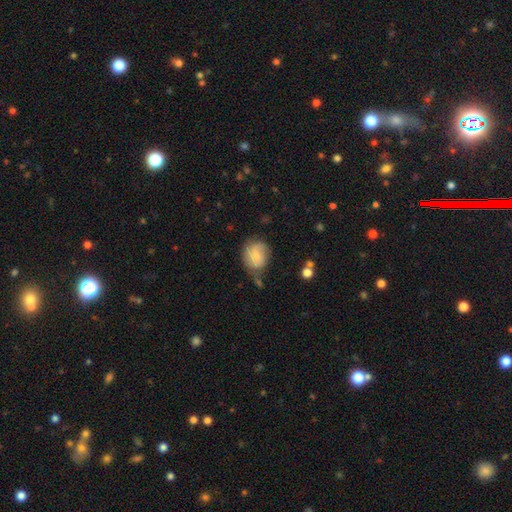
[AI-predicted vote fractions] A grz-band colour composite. It shows a smooth galaxy with no disk features (73%) that is round (62%). Merging: none (53%).